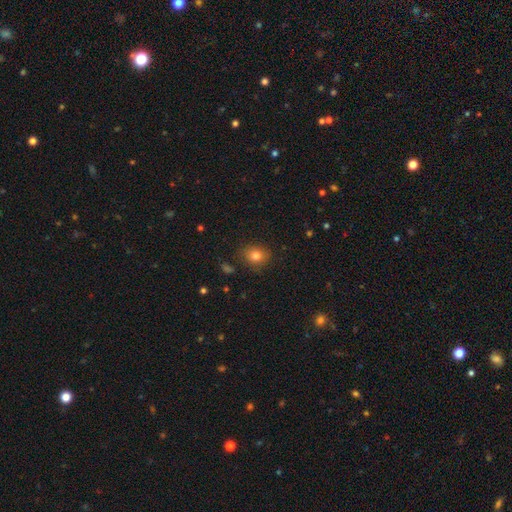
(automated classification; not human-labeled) This is likely a smooth galaxy (80%). How rounded: likely round (61%). Merging: clearly none (83%).